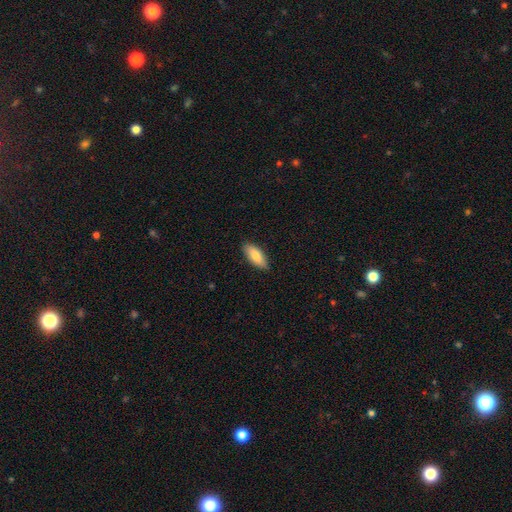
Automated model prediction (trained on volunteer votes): Smooth or featured: smooth — 83% (featured or disk — 11%)
How rounded: in between — 78% (cigar-shaped — 21%)
Merging: none — 88% (minor disturbance — 10%)